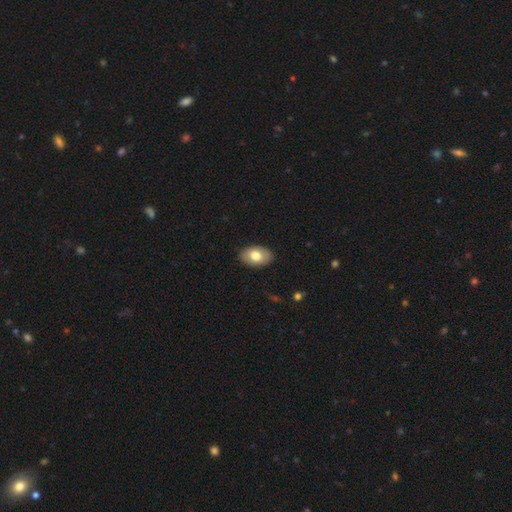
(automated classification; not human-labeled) The model was most divided on "smooth or featured": smooth: 74%, featured or disk: 20%, star or artifact: 7%. More confident: how rounded — in between (90%); merging — none (88%).